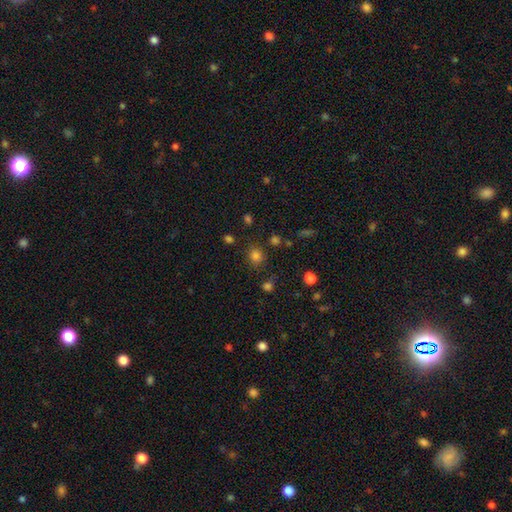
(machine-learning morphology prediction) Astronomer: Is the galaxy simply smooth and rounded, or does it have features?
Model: smooth — 78%.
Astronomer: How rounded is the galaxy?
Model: round — 81%.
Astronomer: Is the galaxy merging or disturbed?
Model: none — 80%.